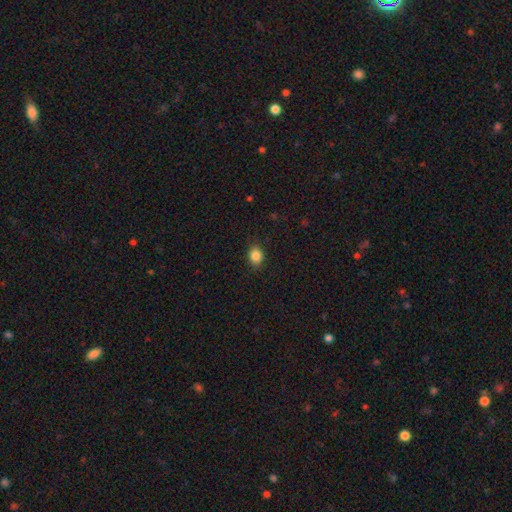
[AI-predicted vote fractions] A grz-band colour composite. It shows a smooth galaxy with no disk features (85%) that is round (55%). Merging: none (87%).